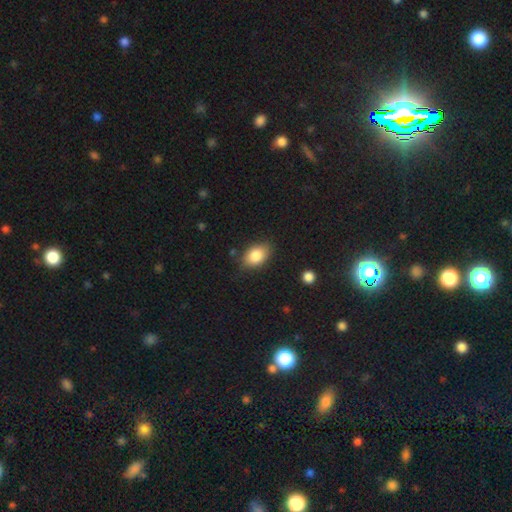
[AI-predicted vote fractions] A smooth galaxy with no disk features (84%) that is in between round and cigar-shaped (87%). Merging: none (79%).